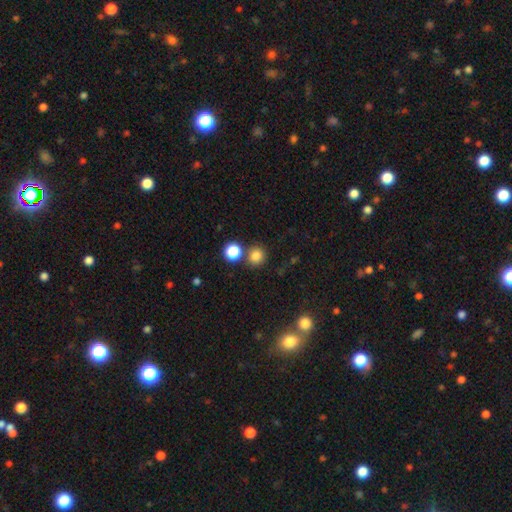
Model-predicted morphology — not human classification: This appears to be a smooth galaxy with no disk features (80%) that is round (91%). Merging: none (76%).